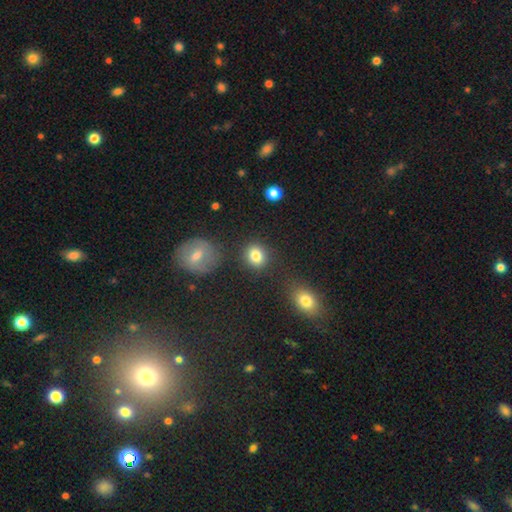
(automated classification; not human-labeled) smooth 84%, star or artifact 10%, featured or disk 6%. Down the decision tree: how rounded — round (72%); merging — none (81%).